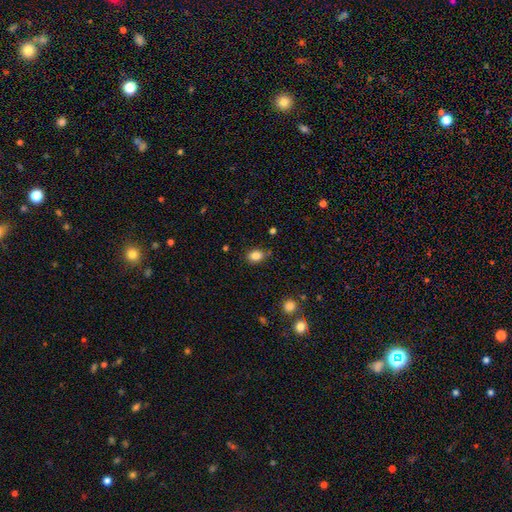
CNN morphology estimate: smooth 85%, star or artifact 10%, featured or disk 5%. Down the decision tree: how rounded — in between (71%); merging — none (75%).